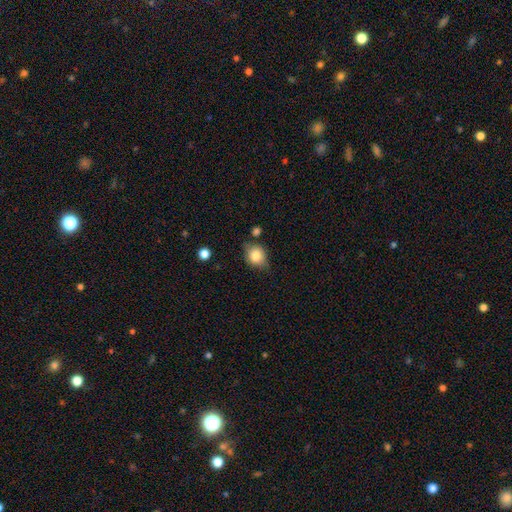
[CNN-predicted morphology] Smooth or featured: smooth — 79% (featured or disk — 12%)
How rounded: round — 62% (in between — 37%)
Merging: none — 64% (minor disturbance — 24%)